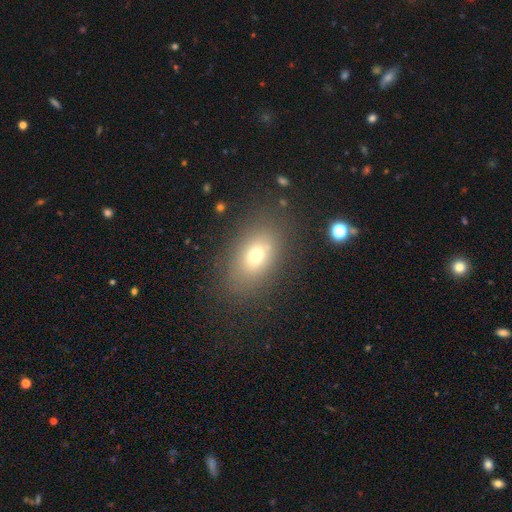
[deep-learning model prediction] smooth-or-featured: smooth: 69% | featured or disk: 17% | star or artifact: 13%
  how-rounded: in between: 81% | round: 16% | cigar-shaped: 2%
  merging: none: 81% | minor disturbance: 12% | major disturbance: 6% | merger: 2%